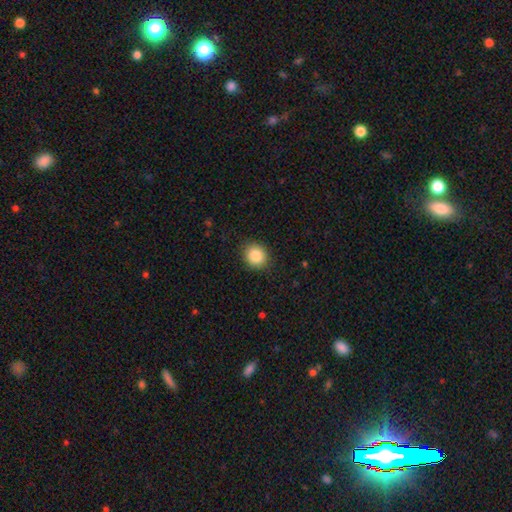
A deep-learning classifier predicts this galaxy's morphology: Smooth or featured: smooth — 86% (star or artifact — 9%)
How rounded: round — 83% (in between — 16%)
Merging: none — 89% (minor disturbance — 8%)